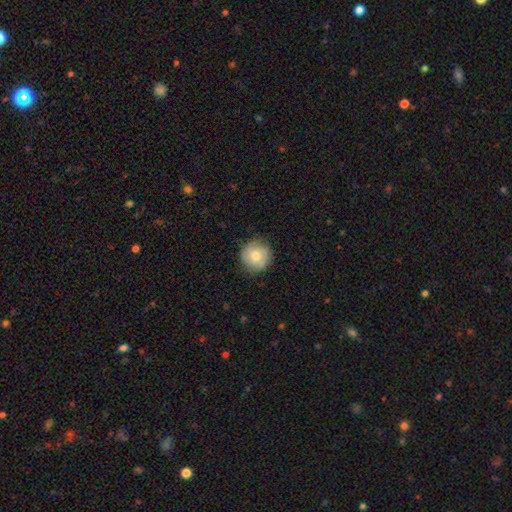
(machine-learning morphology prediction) Q: Smooth or featured?
A: smooth (73%); runner-up: featured or disk (19%)
Q: How rounded?
A: round (95%); runner-up: in between (4%)
Q: Merging?
A: none (85%); runner-up: minor disturbance (11%)